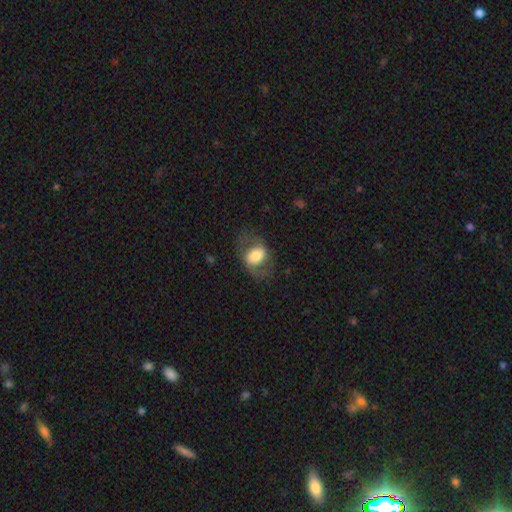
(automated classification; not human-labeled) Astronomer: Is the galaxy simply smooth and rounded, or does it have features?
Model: smooth — 51% (runner-up: featured or disk, 42%).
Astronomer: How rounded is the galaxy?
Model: in between — 71%.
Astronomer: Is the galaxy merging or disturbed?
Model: none — 68%.